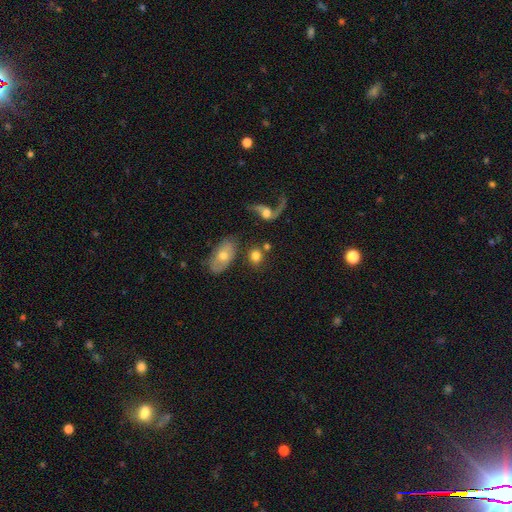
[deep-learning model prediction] smooth 74%, featured or disk 18%, star or artifact 9%. Down the decision tree: how rounded — round (55%); merging — none (60%).